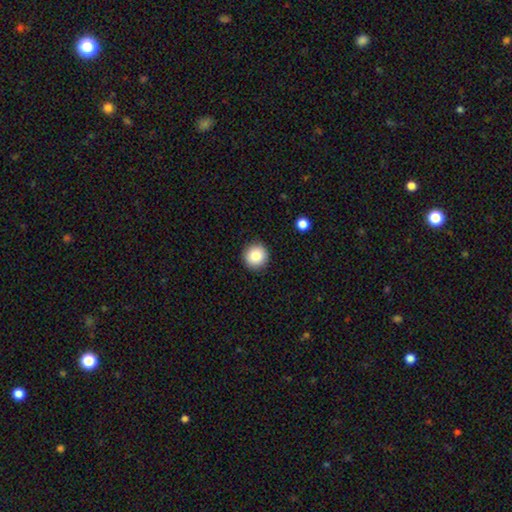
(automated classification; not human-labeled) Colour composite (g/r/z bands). It shows a smooth galaxy with no disk features (84%) that is round (94%). Merging: none (91%).